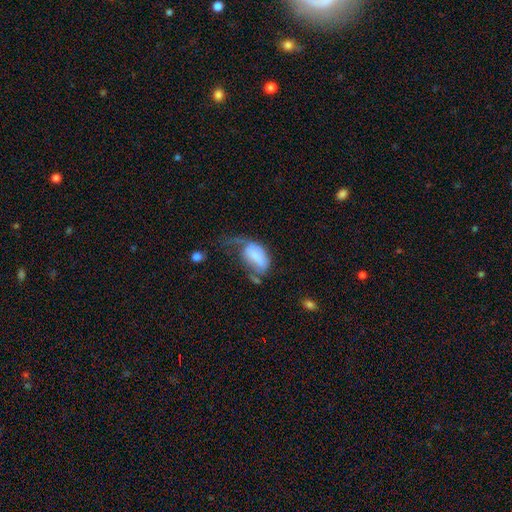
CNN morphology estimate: Smooth or featured?
  - smooth: 63% *
  - featured or disk: 29%
  - star or artifact: 8%
How rounded?
  - in between: 91% *
  - round: 6%
  - cigar-shaped: 3%
Merging?
  - major disturbance: 56% *
  - minor disturbance: 20%
  - none: 13%
  - merger: 10%